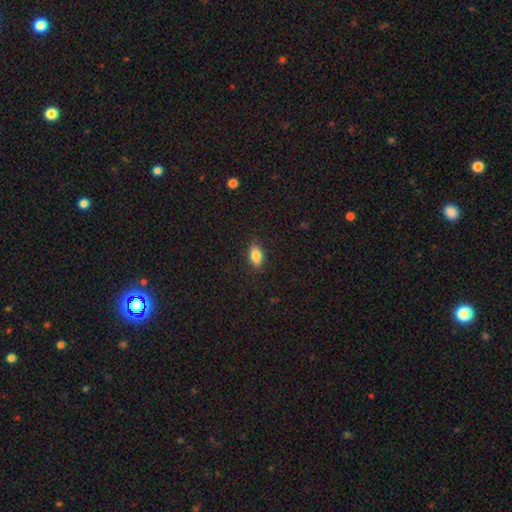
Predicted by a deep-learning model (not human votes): Smooth or featured? Predicted: smooth (p=0.84). How rounded? Predicted: in between (p=0.87). Merging? Predicted: none (p=0.85).